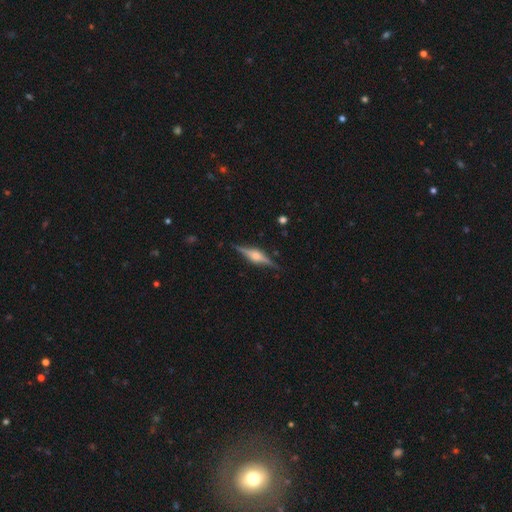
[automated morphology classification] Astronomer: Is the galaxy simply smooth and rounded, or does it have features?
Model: featured or disk — 83%.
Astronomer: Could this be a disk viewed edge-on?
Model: yes — 98%.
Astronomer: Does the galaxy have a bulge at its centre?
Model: rounded — 87%.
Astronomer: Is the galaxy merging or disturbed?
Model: none — 88%.